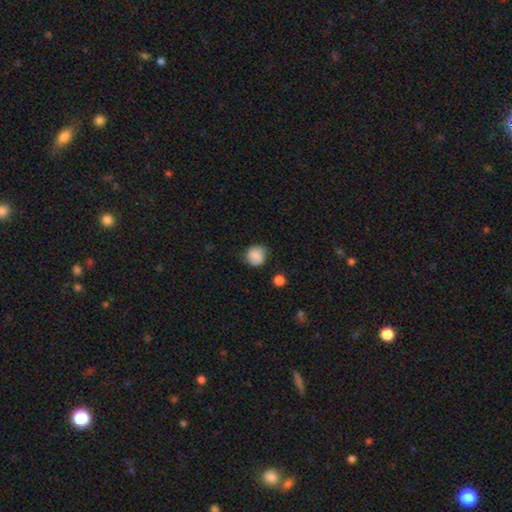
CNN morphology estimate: A smooth galaxy with no disk features (84%) that is round (86%).

Vote fractions:
- Smooth or featured? smooth: 84% / star or artifact: 9% / featured or disk: 7%
- How rounded? round: 86% / in between: 13% / cigar-shaped: 1%
- Merging? none: 70% / minor disturbance: 22% / major disturbance: 5% / merger: 2%